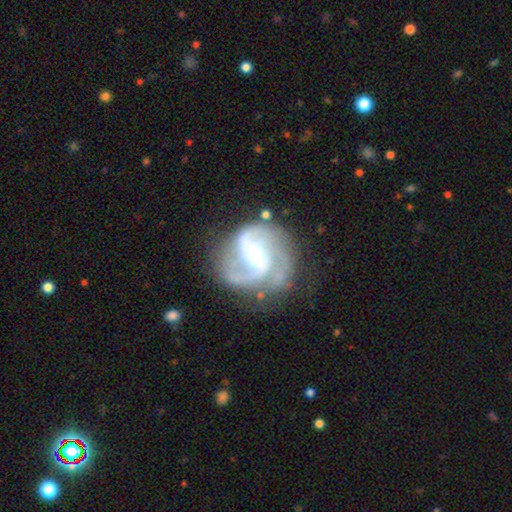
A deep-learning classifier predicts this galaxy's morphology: Smooth or featured? featured or disk (90%)
Edge-on disk? no (98%)
Bar? no (48%)
Spiral arms? yes (98%)
Spiral winding? medium (49%)
Spiral arm count? 2 (40%)
Bulge size? moderate (50%)
Merging? none (72%)